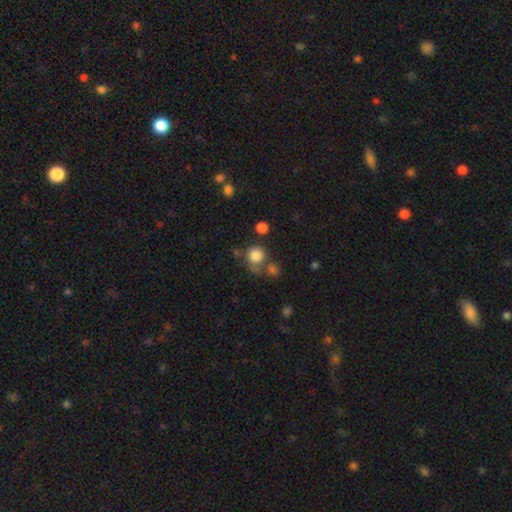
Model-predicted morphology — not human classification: smooth_or_featured: smooth (p=0.82) [alt: star or artifact p=0.11]
how_rounded: round (p=0.91) [alt: in between p=0.08]
merging: none (p=0.60) [alt: merger p=0.20]